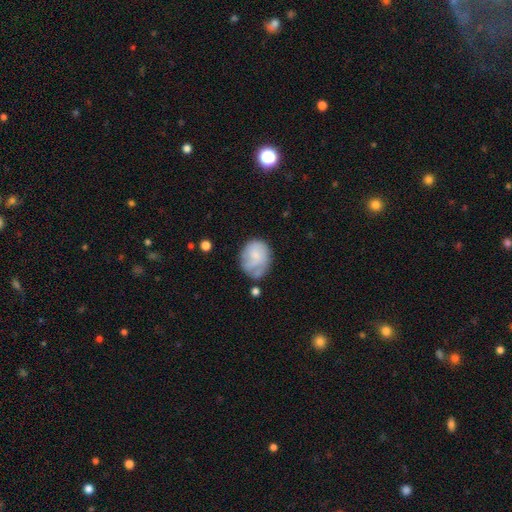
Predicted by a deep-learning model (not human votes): Q: Smooth or featured?
A: smooth (58%); runner-up: featured or disk (35%)
Q: How rounded?
A: round (62%); runner-up: in between (37%)
Q: Merging?
A: none (48%); runner-up: minor disturbance (30%)